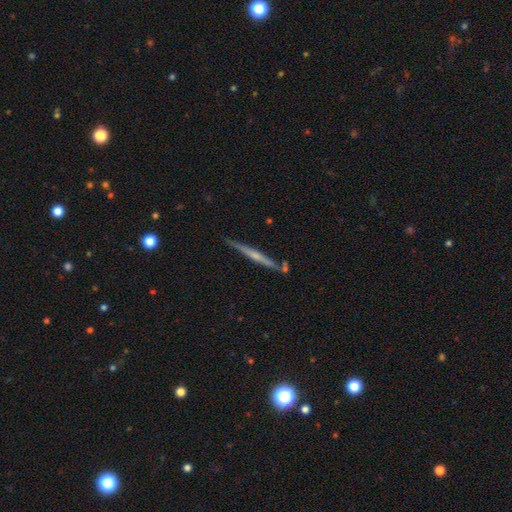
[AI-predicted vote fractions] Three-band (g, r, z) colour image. It shows a featured or disk galaxy (65%) viewed edge-on (97%) with a rounded central bulge (46%). Merging: none (82%).